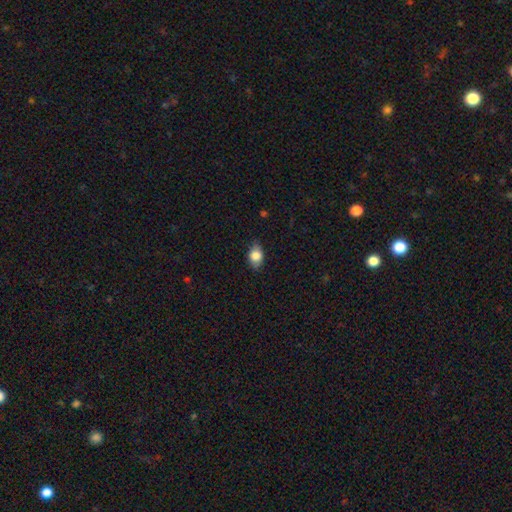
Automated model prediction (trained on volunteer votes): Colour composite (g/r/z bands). It shows a smooth galaxy with no disk features (77%) that is in between round and cigar-shaped (79%). Merging: none (79%).